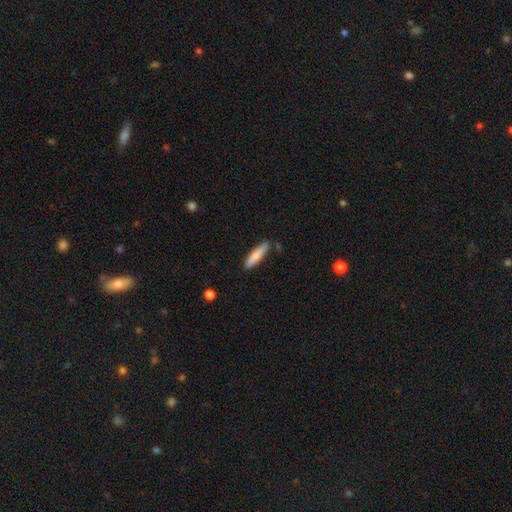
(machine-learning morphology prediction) smooth_or_featured: smooth (p=0.81) [alt: featured or disk p=0.13]
how_rounded: cigar-shaped (p=0.82) [alt: in between p=0.17]
merging: none (p=0.82) [alt: minor disturbance p=0.13]